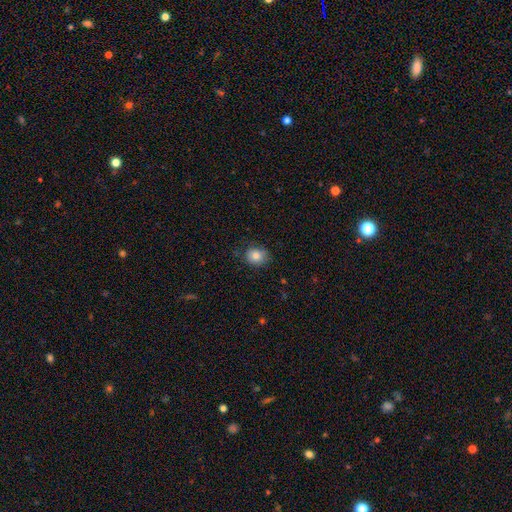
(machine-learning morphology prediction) The model was most divided on "how rounded": round: 67%, in between: 32%, cigar-shaped: 1%. More confident: smooth or featured — smooth (82%); merging — none (78%).